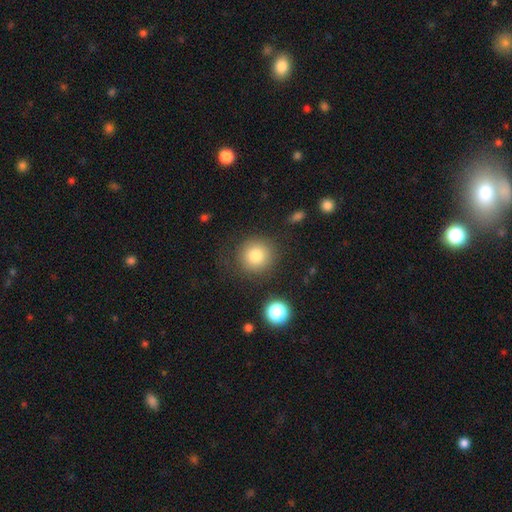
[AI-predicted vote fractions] Q: Smooth or featured?
A: smooth (80%); runner-up: star or artifact (11%)
Q: How rounded?
A: round (93%); runner-up: in between (6%)
Q: Merging?
A: none (82%); runner-up: minor disturbance (10%)